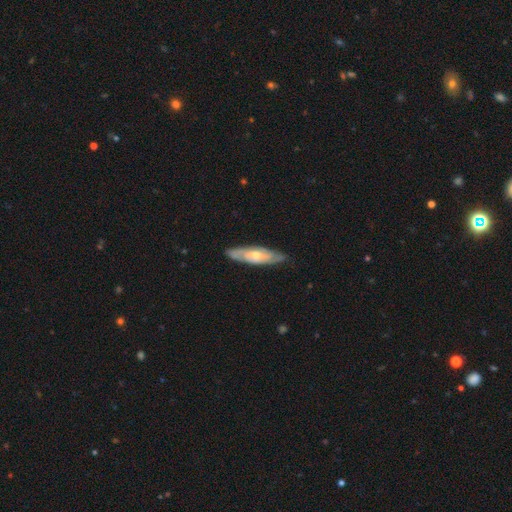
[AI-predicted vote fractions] Smooth or featured? Predicted: featured or disk (p=0.69). Edge-on disk? Predicted: no (p=0.64). Merging? Predicted: none (p=0.81).